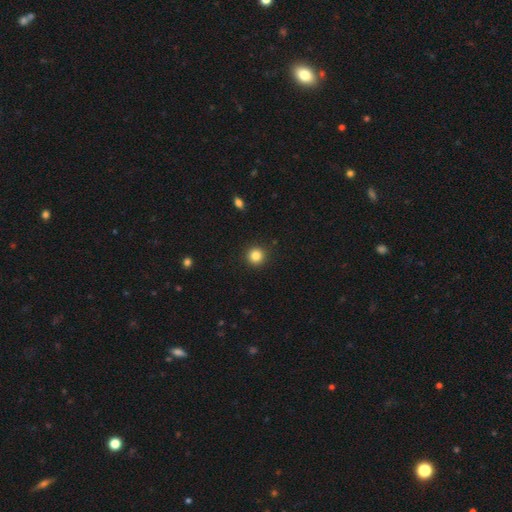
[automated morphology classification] smooth-or-featured: smooth: 84% | star or artifact: 11% | featured or disk: 4%
  how-rounded: round: 94% | in between: 5% | cigar-shaped: 1%
  merging: none: 92% | minor disturbance: 5% | major disturbance: 2% | merger: 1%